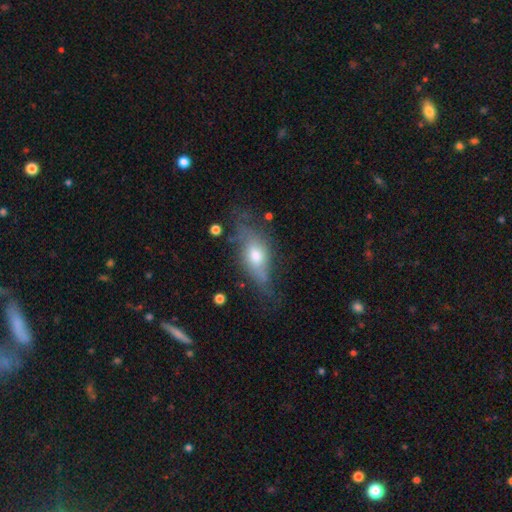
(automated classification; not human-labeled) Overall: smooth (50%; featured or disk 41%). How rounded: in between (73%). Merging: none (51%; minor disturbance 28%).